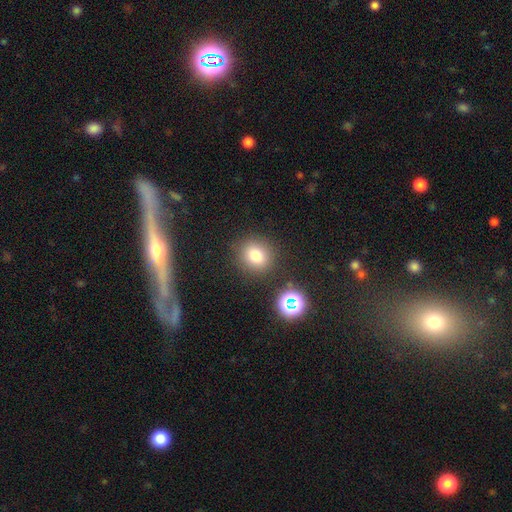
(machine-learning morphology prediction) A smooth galaxy with no disk features (76%) that is round (82%). Merging: none (84%).